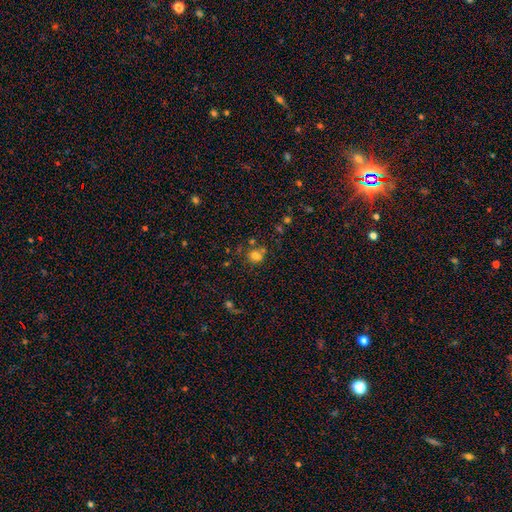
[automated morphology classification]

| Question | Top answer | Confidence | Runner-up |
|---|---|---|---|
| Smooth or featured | smooth | 69% | star or artifact (19%) |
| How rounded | round | 61% | in between (38%) |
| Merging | none | 50% | merger (28%) |